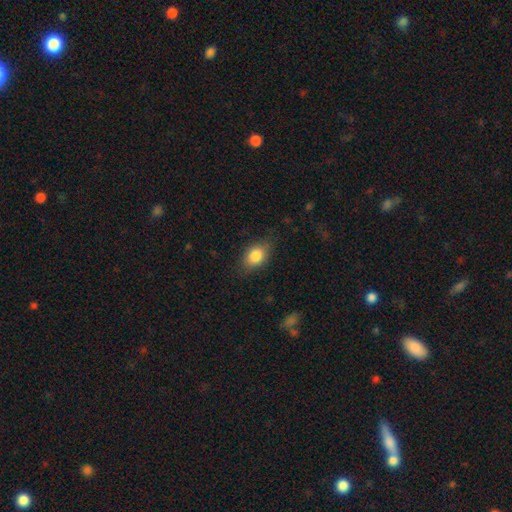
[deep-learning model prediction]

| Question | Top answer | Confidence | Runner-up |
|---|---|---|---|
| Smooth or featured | smooth | 84% | featured or disk (8%) |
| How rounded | in between | 81% | round (17%) |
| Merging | none | 79% | minor disturbance (16%) |